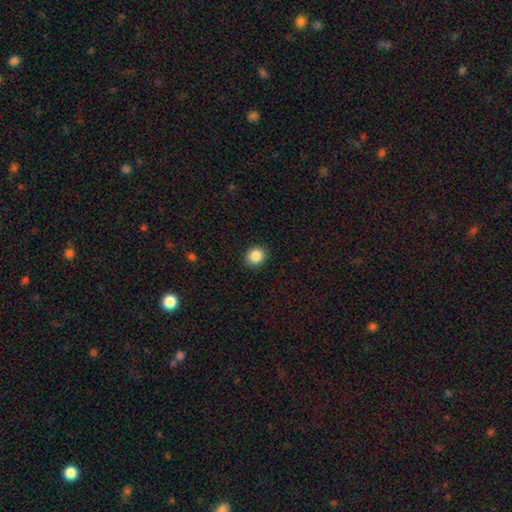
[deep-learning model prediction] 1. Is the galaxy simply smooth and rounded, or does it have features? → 87% smooth, 9% star or artifact, 4% featured or disk.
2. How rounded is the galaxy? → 77% round, 22% in between, 1% cigar-shaped.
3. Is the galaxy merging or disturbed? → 90% none, 7% minor disturbance, 2% major disturbance, 1% merger.